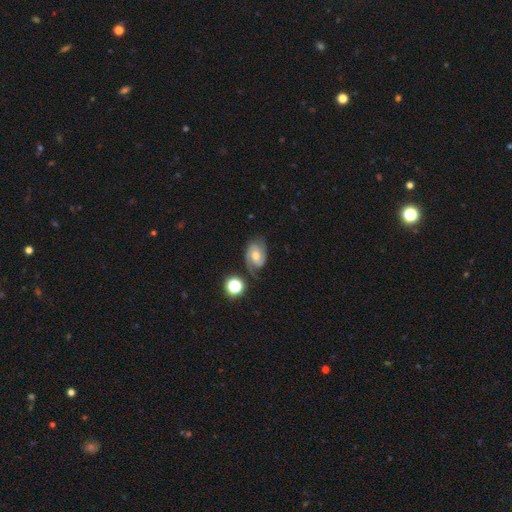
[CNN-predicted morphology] This is likely a featured or disk galaxy (73%). It is clearly not viewed edge-on (97%). Bar: possibly no (55%). Spiral arm pattern: clearly yes (94%). Spiral arm count: likely 2 (78%). Spiral winding: marginally medium (44%). Central bulge: likely moderate (63%). Merging: likely none (68%).